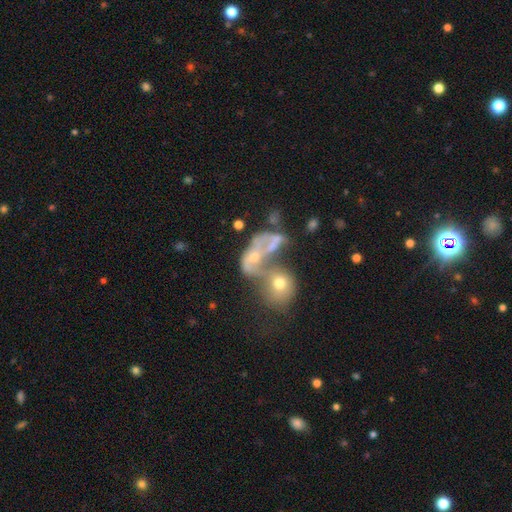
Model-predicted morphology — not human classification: Smooth or featured? Predicted: featured or disk (p=0.54). Edge-on disk? Predicted: no (p=0.95). Bar? Predicted: no (p=0.77). Spiral arms? Predicted: no (p=0.63). Bulge size? Predicted: moderate (p=0.44). Merging? Predicted: merger (p=0.65).